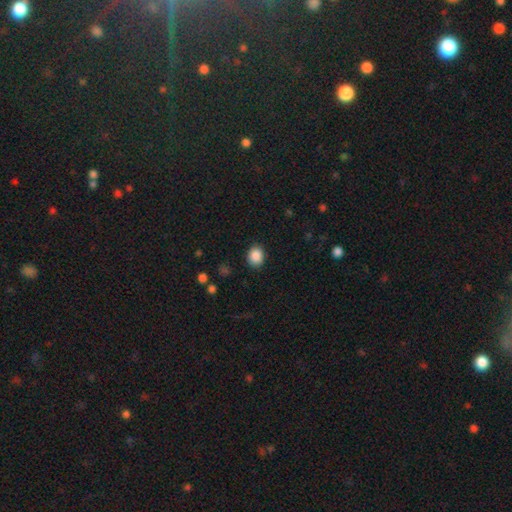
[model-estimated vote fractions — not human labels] This is clearly a smooth galaxy (88%). How rounded: possibly round (55%). Merging: clearly none (88%).